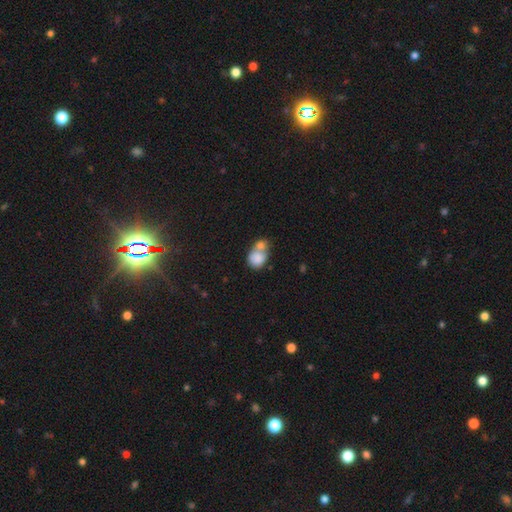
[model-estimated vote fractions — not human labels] This is likely a smooth galaxy (80%). How rounded: likely round (62%). Merging: likely merger (64%).